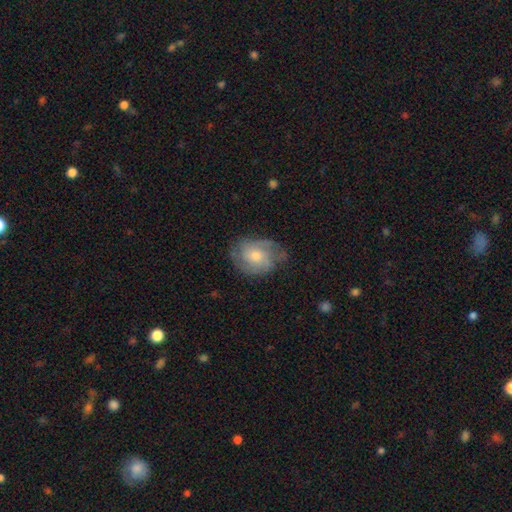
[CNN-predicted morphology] smooth-or-featured: featured or disk: 60% | smooth: 33% | star or artifact: 8%
  disk-edge-on: no: 96% | yes: 4%
    bar: no: 72% | weak: 24% | strong: 4%
    has-spiral-arms: yes: 83% | no: 17%
    bulge-size: moderate: 61% | small: 29% | large: 6% | none: 2% | dominant: 1%
  merging: none: 65% | minor disturbance: 24% | major disturbance: 9% | merger: 1%